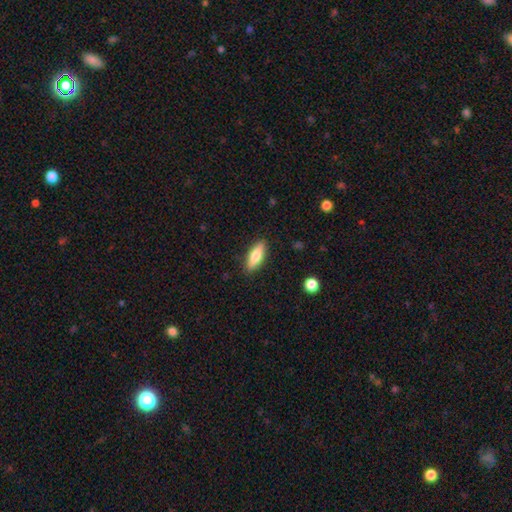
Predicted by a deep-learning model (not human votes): smooth_or_featured: smooth (p=0.68) [alt: featured or disk p=0.26]
how_rounded: in between (p=0.53) [alt: cigar-shaped p=0.45]
merging: none (p=0.88) [alt: minor disturbance p=0.09]